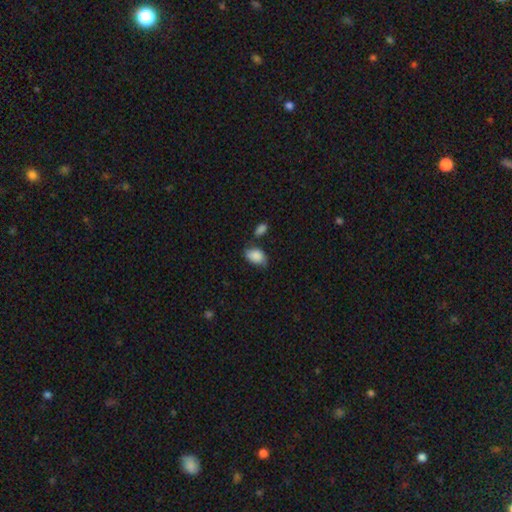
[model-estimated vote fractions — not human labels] A smooth galaxy with no disk features (86%) that is in between round and cigar-shaped (88%).

Vote fractions:
- Smooth or featured? smooth: 86% / star or artifact: 7% / featured or disk: 6%
- How rounded? in between: 88% / round: 10% / cigar-shaped: 1%
- Merging? none: 58% / minor disturbance: 25% / merger: 10% / major disturbance: 6%